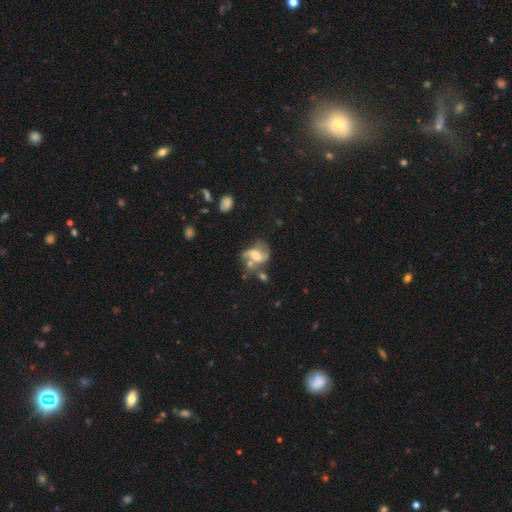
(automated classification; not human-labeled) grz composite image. It shows a featured or disk galaxy (68%) with a weak bar (43%), 2 (79%) loose (50%) spiral arms (81%) and a moderate central bulge (45%). Merging: none (36%).